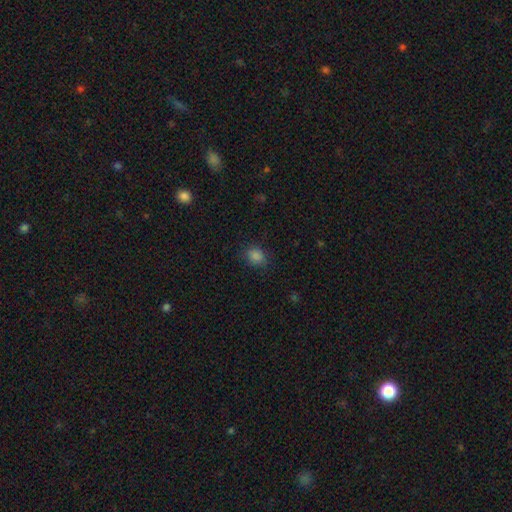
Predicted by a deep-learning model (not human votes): Morphology: type=smooth (82%); roundness=round (50%); merging=none (83%).